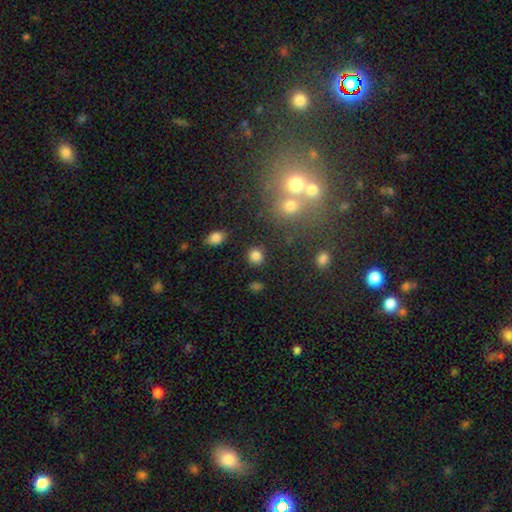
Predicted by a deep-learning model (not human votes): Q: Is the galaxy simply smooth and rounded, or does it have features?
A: smooth — 83%.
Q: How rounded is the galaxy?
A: round — 86%.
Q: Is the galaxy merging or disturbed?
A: none — 87%.